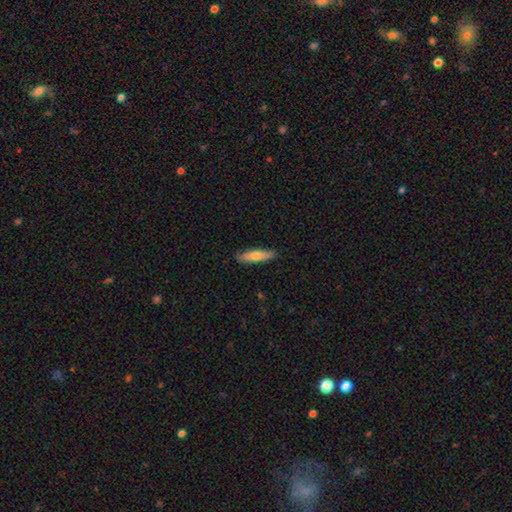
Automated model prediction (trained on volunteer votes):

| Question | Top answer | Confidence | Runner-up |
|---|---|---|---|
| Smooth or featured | smooth | 70% | featured or disk (24%) |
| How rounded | cigar-shaped | 71% | in between (28%) |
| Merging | none | 87% | minor disturbance (10%) |